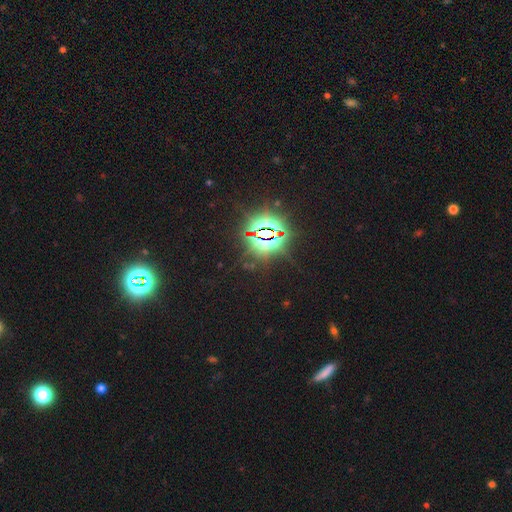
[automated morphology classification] Overall: star or artifact (82%).